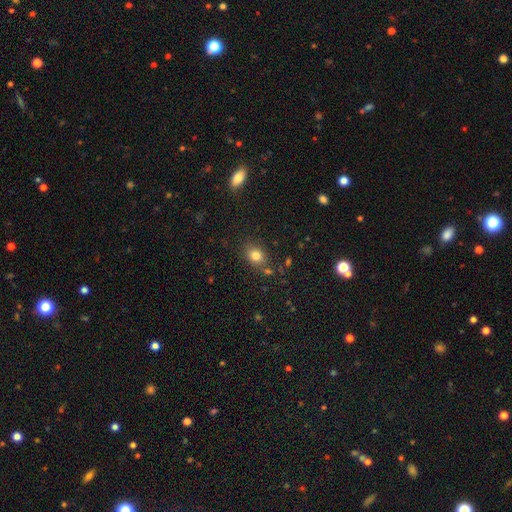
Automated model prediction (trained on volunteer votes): smooth-or-featured: smooth: 80% | star or artifact: 12% | featured or disk: 7%
  how-rounded: round: 51% | in between: 48% | cigar-shaped: 1%
  merging: none: 75% | minor disturbance: 14% | merger: 7% | major disturbance: 4%